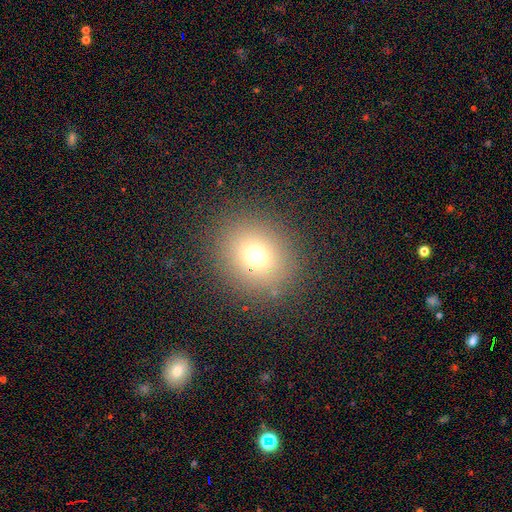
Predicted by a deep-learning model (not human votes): Smooth or featured? smooth (69%)
How rounded? round (76%)
Merging? none (86%)